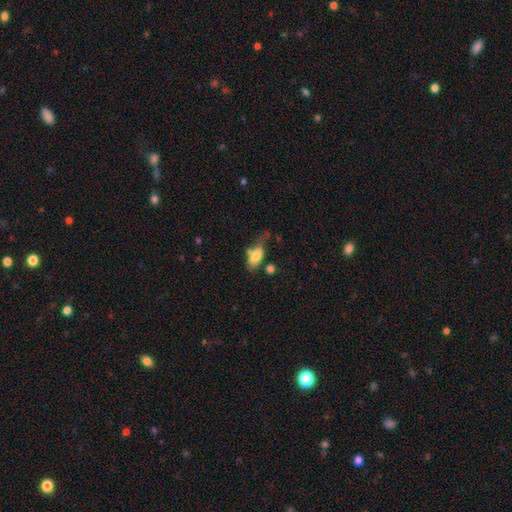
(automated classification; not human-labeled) Morphology: type=smooth (74%); roundness=in between (86%); merging=none (36%).